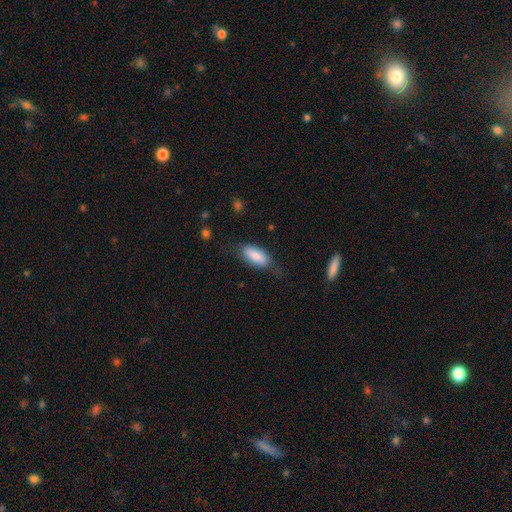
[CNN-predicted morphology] The model was most divided on "merging": none: 64%, minor disturbance: 25%, major disturbance: 9%, merger: 2%. More confident: how rounded — in between (85%); smooth or featured — smooth (82%).